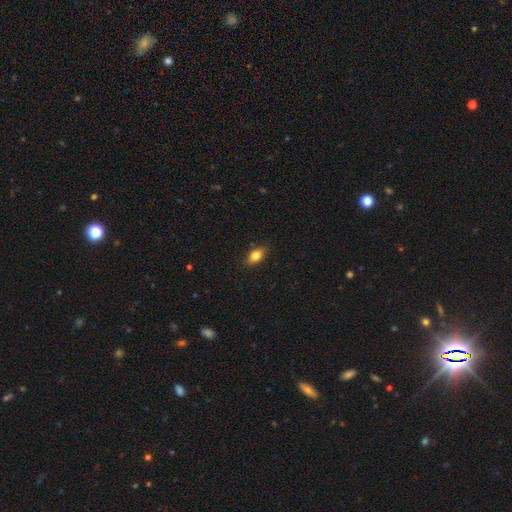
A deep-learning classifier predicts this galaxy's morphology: This is clearly a smooth galaxy (82%). How rounded: clearly in between (85%). Merging: clearly none (86%).